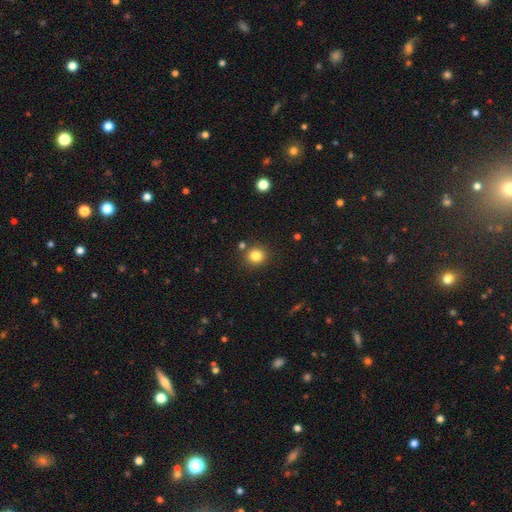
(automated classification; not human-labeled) The model was most divided on "smooth or featured": smooth: 82%, star or artifact: 13%, featured or disk: 6%. More confident: how rounded — round (87%); merging — none (83%).